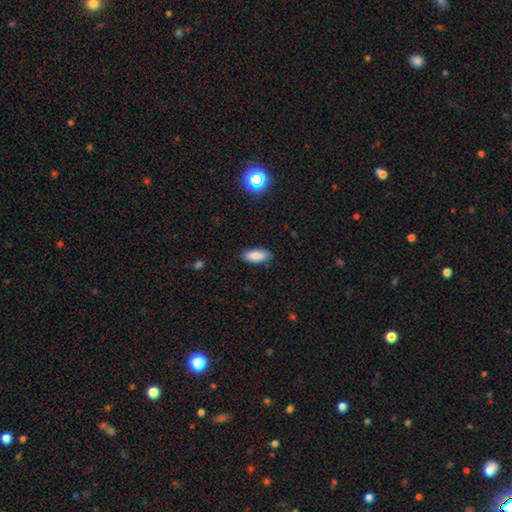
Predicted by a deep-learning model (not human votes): Smooth or featured? smooth (86%)
How rounded? in between (88%)
Merging? none (85%)